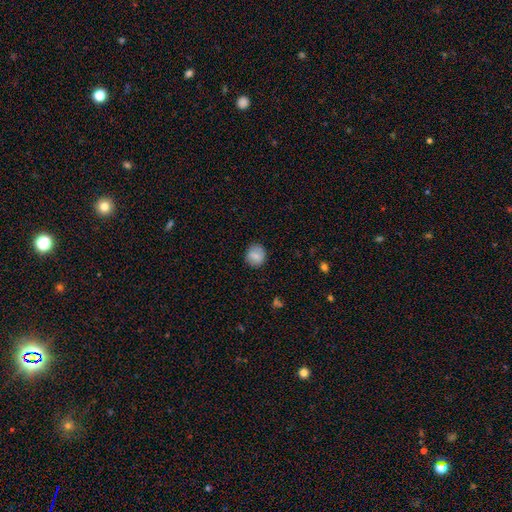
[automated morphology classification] Q: Smooth or featured?
A: smooth (83%); runner-up: featured or disk (9%)
Q: How rounded?
A: round (86%); runner-up: in between (13%)
Q: Merging?
A: none (88%); runner-up: minor disturbance (9%)